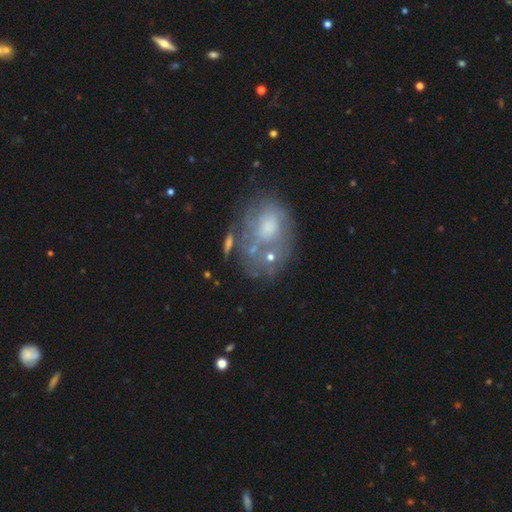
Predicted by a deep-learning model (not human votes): Morphology: type=featured or disk (48%); merging=none (46%).